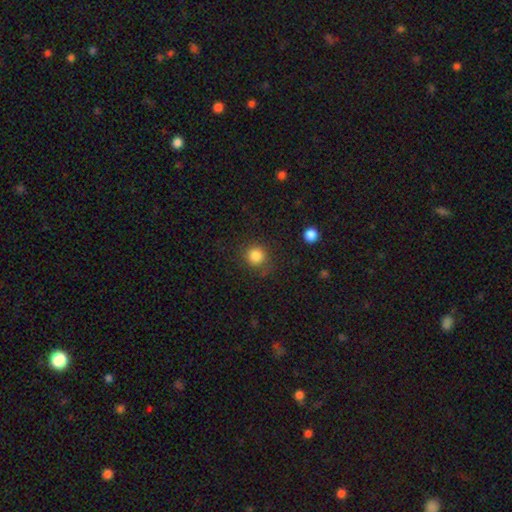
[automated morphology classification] smooth_or_featured: smooth (p=0.85) [alt: star or artifact p=0.11]
how_rounded: round (p=0.91) [alt: in between p=0.08]
merging: none (p=0.82) [alt: minor disturbance p=0.11]